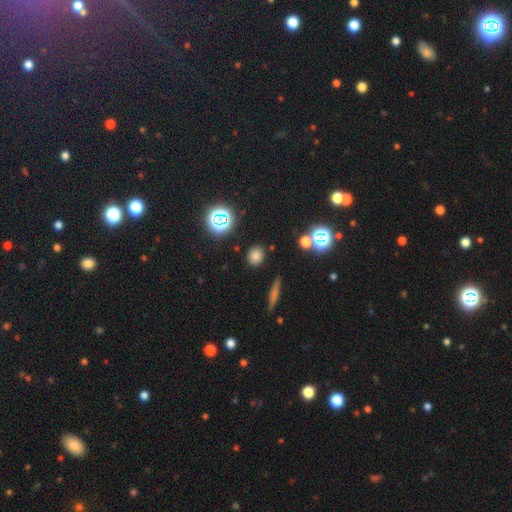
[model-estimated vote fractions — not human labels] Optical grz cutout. It shows a smooth galaxy with no disk features (74%) that is round (62%). Merging: none (86%).